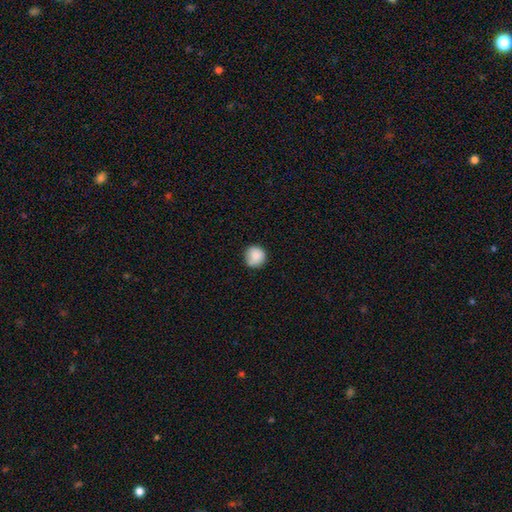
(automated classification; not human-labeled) Q: Smooth or featured?
A: smooth (84%); runner-up: star or artifact (8%)
Q: How rounded?
A: round (93%); runner-up: in between (6%)
Q: Merging?
A: none (77%); runner-up: minor disturbance (17%)